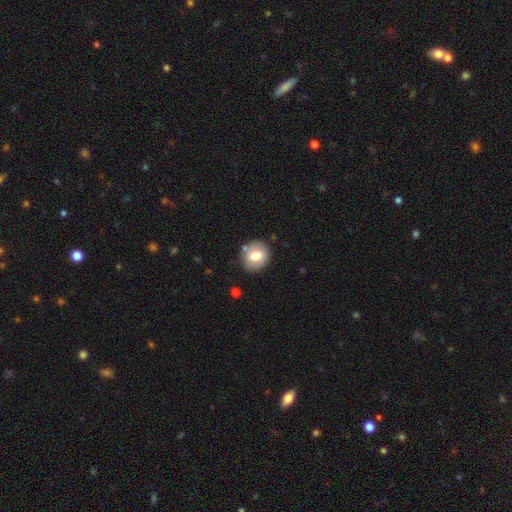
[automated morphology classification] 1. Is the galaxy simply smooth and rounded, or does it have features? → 74% smooth, 18% featured or disk, 8% star or artifact.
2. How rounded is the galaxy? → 79% round, 20% in between, 1% cigar-shaped.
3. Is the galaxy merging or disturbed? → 82% none, 11% minor disturbance, 4% merger, 3% major disturbance.